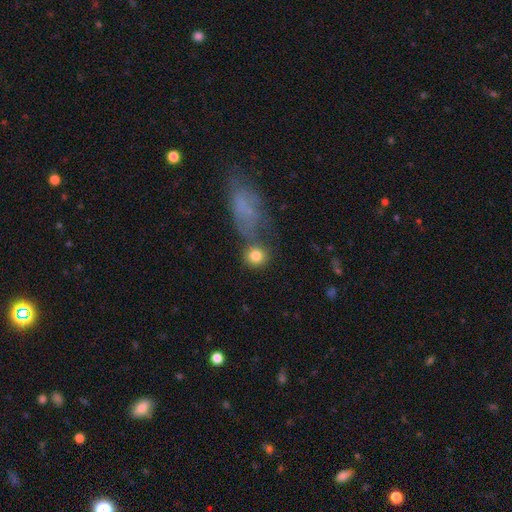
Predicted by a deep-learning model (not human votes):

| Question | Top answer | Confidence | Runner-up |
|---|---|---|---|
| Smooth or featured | smooth | 81% | star or artifact (10%) |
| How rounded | round | 87% | in between (11%) |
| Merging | none | 58% | merger (22%) |